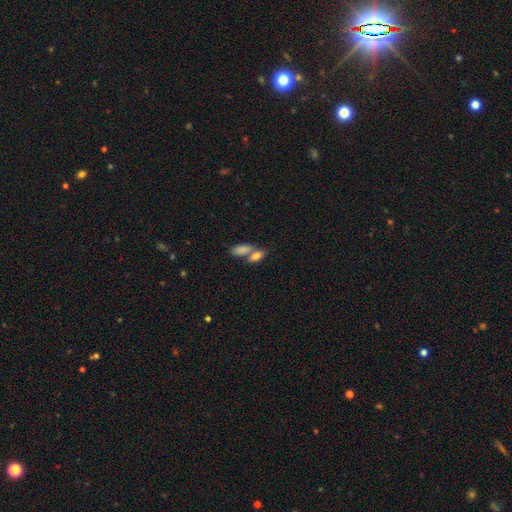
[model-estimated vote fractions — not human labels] A smooth galaxy with no disk features (83%) that is in between round and cigar-shaped (86%).

Vote fractions:
- Smooth or featured? smooth: 83% / featured or disk: 10% / star or artifact: 7%
- How rounded? in between: 86% / cigar-shaped: 9% / round: 4%
- Merging? merger: 56% / none: 33% / minor disturbance: 8% / major disturbance: 3%